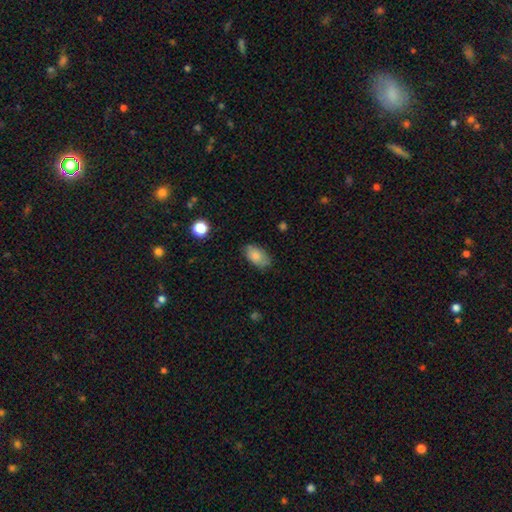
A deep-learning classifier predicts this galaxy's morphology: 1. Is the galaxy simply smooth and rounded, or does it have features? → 83% smooth, 10% featured or disk, 8% star or artifact.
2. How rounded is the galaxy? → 92% in between, 6% round, 2% cigar-shaped.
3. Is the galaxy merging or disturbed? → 76% none, 19% minor disturbance, 4% major disturbance, 1% merger.